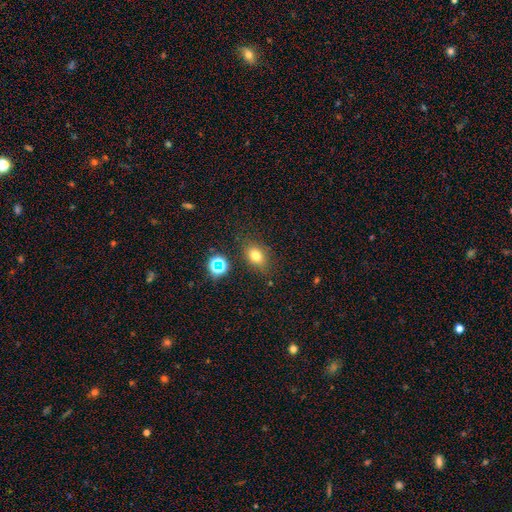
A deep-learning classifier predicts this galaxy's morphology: This appears to be a smooth galaxy with no disk features (73%) that is in between round and cigar-shaped (64%). Merging: none (79%).